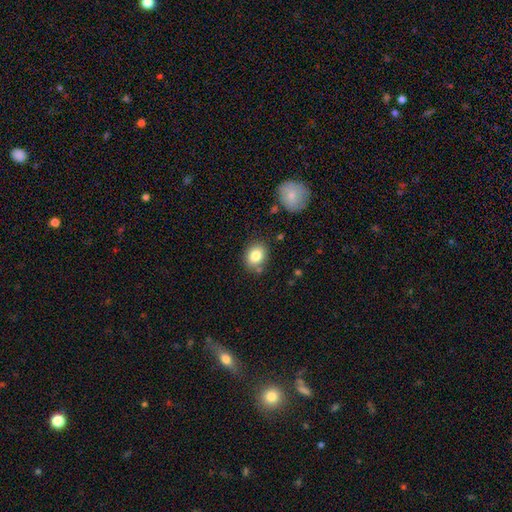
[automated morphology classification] This appears to be a smooth galaxy with no disk features (83%) that is round (51%). Merging: none (78%).